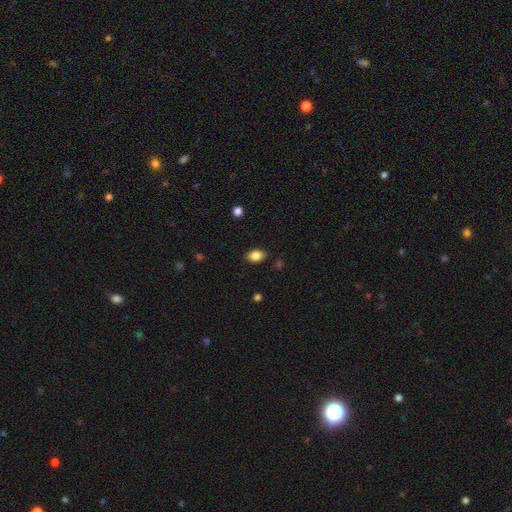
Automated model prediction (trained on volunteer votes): This appears to be a smooth galaxy with no disk features (84%) that is in between round and cigar-shaped (84%). Merging: none (86%).